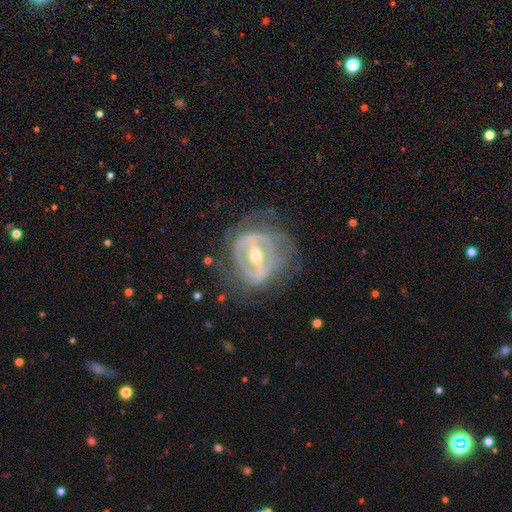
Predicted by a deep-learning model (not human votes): smooth-or-featured: featured or disk: 87% | smooth: 7% | star or artifact: 6%
  disk-edge-on: no: 94% | yes: 6%
    bar: strong: 66% | weak: 25% | no: 9%
    has-spiral-arms: yes: 70% | no: 30%
      spiral-winding: tight: 58% | medium: 29% | loose: 13%
      spiral-arm-count: can't tell: 40% | 2: 34% | 3: 11% | 1: 6% | 4: 5% | more than 4: 3%
    bulge-size: moderate: 62% | small: 33% | large: 3% | none: 1% | dominant: 1%
  merging: none: 62% | minor disturbance: 19% | major disturbance: 17% | merger: 1%